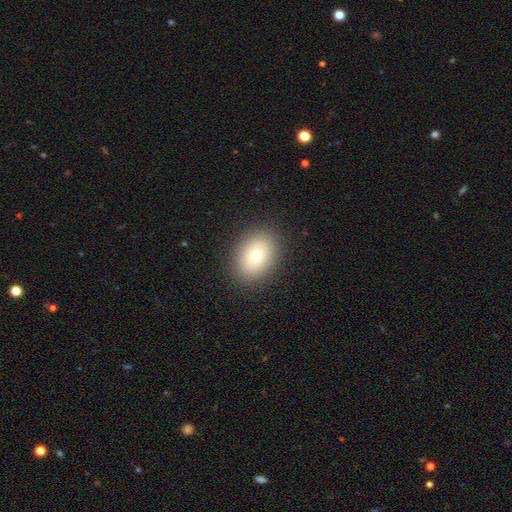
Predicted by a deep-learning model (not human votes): A smooth galaxy with no disk features (81%) that is in between round and cigar-shaped (70%). Merging: none (88%).